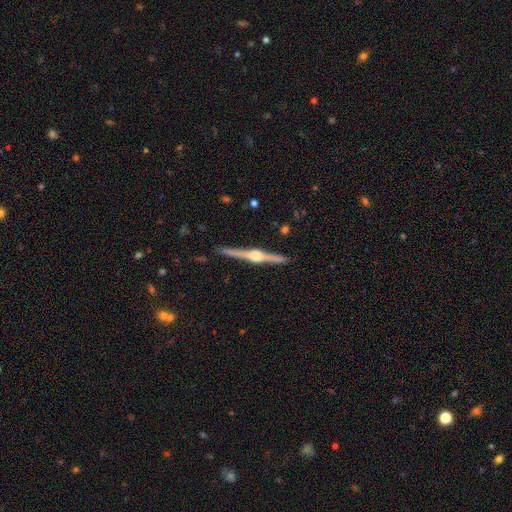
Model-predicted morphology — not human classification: This is clearly a featured or disk galaxy (87%). It is clearly viewed edge-on (99%). Edge-on bulge: clearly rounded (94%). Merging: clearly none (92%).